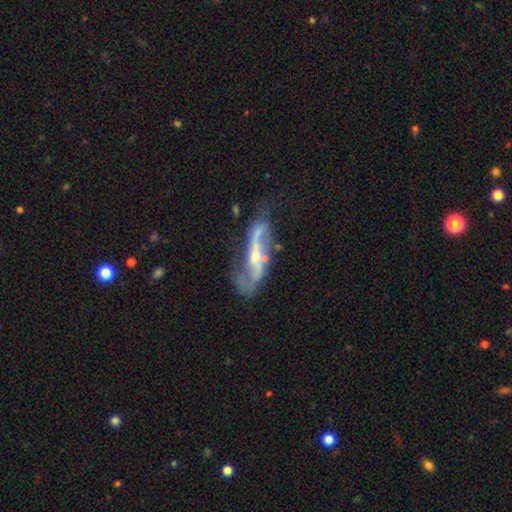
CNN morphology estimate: This appears to be a featured or disk galaxy (83%) with no bar (36%), 2 (86%) loose (73%) spiral arms (88%) and a small central bulge (61%). Merging: none (49%).